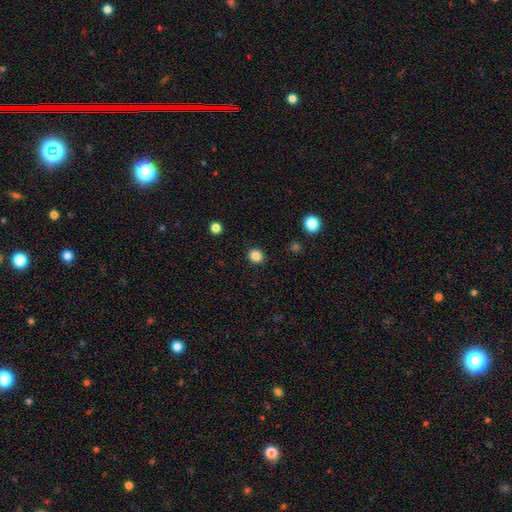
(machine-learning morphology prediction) This is clearly a smooth galaxy (84%). How rounded: clearly round (89%). Merging: clearly none (92%).